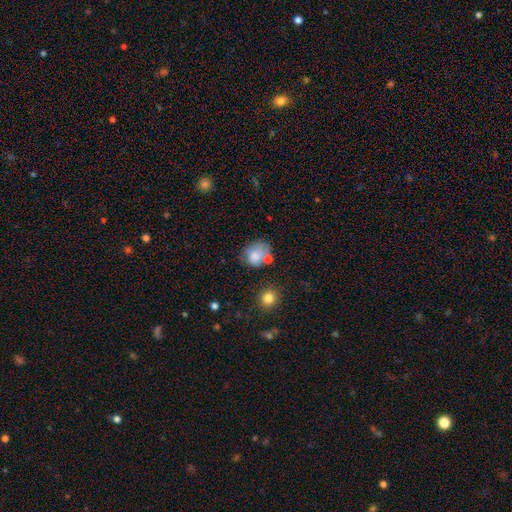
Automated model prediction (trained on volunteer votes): Q: Smooth or featured?
A: smooth (76%); runner-up: featured or disk (14%)
Q: How rounded?
A: round (57%); runner-up: in between (42%)
Q: Merging?
A: none (48%); runner-up: minor disturbance (25%)